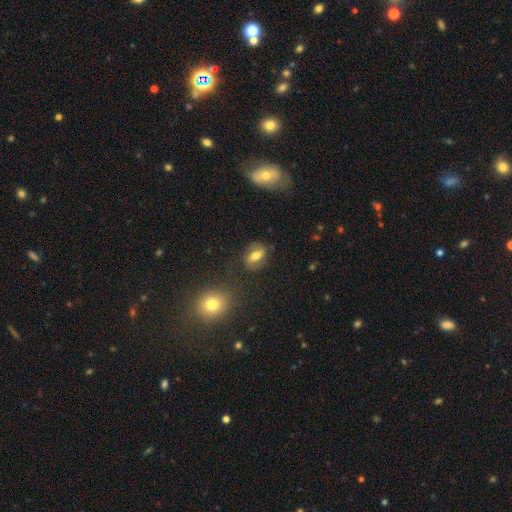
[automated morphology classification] A smooth galaxy with no disk features (57%) that is in between round and cigar-shaped (76%). Merging: none (77%).